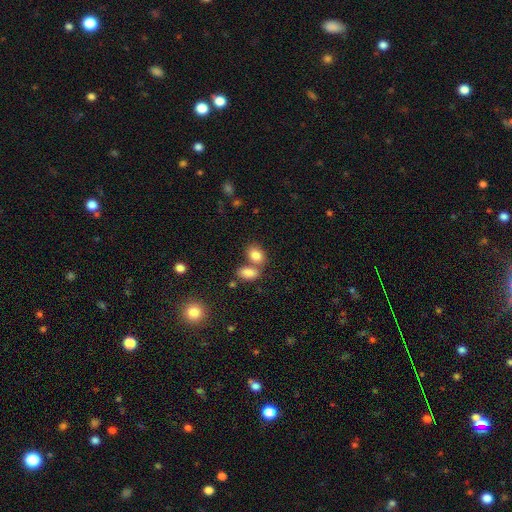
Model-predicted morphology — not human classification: A smooth galaxy with no disk features (84%) that is in between round and cigar-shaped (79%).

Vote fractions:
- Smooth or featured? smooth: 84% / star or artifact: 9% / featured or disk: 7%
- How rounded? in between: 79% / round: 19% / cigar-shaped: 2%
- Merging? none: 45% / merger: 41% / minor disturbance: 10% / major disturbance: 4%